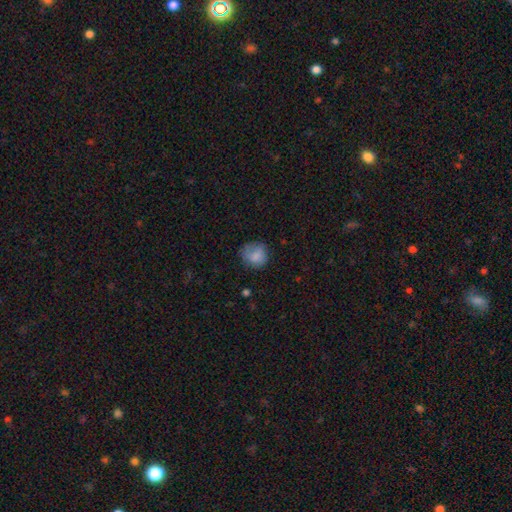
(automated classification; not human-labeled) A smooth galaxy with no disk features (78%) that is round (79%).

Vote fractions:
- Smooth or featured? smooth: 78% / featured or disk: 13% / star or artifact: 9%
- How rounded? round: 79% / in between: 20% / cigar-shaped: 1%
- Merging? none: 61% / minor disturbance: 25% / major disturbance: 12% / merger: 2%